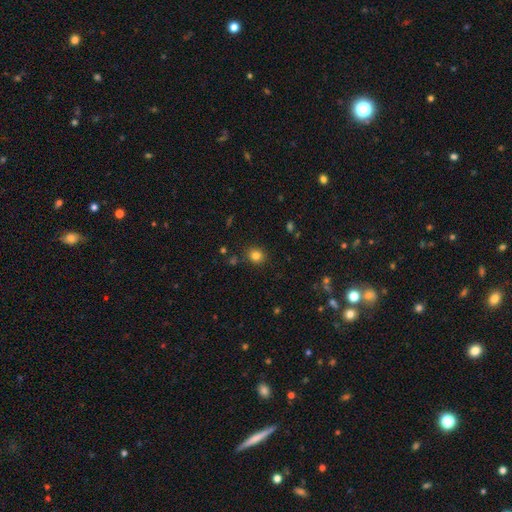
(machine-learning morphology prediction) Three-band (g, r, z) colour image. It shows a smooth galaxy with no disk features (81%) that is round (76%). Merging: none (86%).